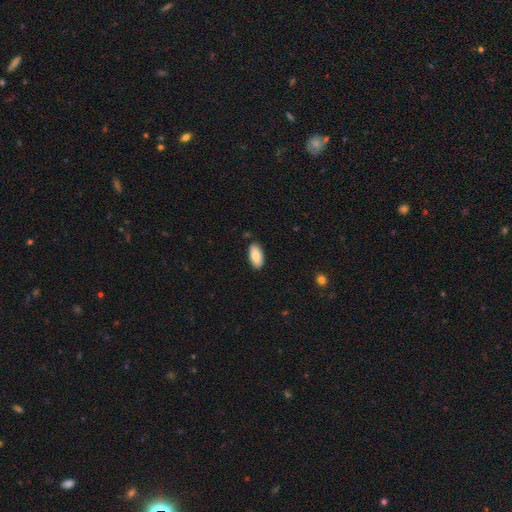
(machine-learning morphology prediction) smooth 85%, featured or disk 8%, star or artifact 6%. Down the decision tree: how rounded — in between (92%); merging — none (86%).